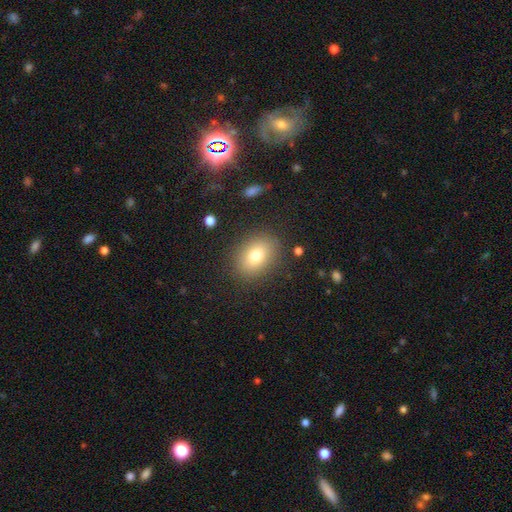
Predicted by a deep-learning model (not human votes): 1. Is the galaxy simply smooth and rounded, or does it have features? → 77% smooth, 12% featured or disk, 11% star or artifact.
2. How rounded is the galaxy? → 67% in between, 32% round, 1% cigar-shaped.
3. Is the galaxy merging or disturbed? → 86% none, 9% minor disturbance, 4% major disturbance, 1% merger.